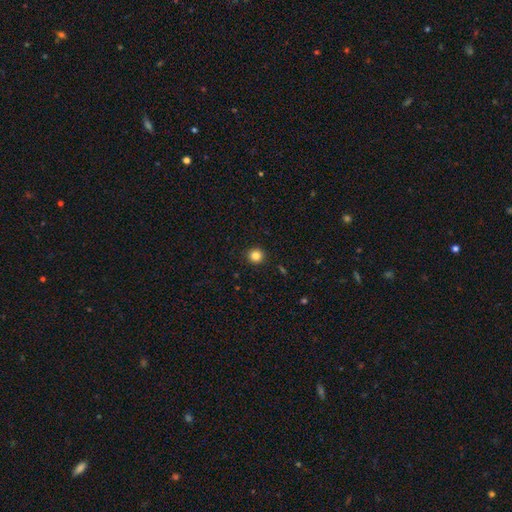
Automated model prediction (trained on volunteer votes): This is clearly a smooth galaxy (84%). How rounded: clearly round (93%). Merging: clearly none (92%).